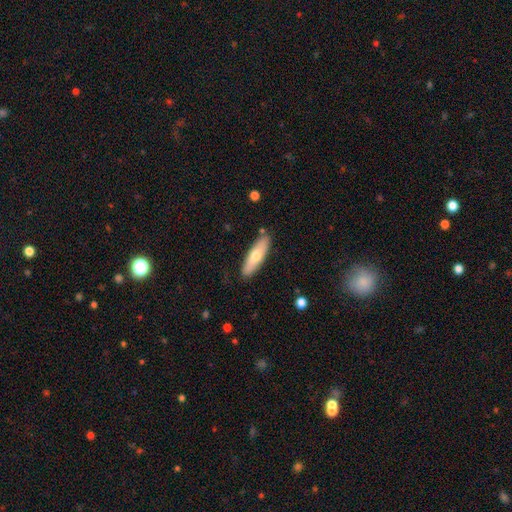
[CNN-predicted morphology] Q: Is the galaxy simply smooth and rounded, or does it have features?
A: smooth — 63%.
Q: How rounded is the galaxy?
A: cigar-shaped — 61%.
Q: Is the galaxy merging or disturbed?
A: none — 86%.